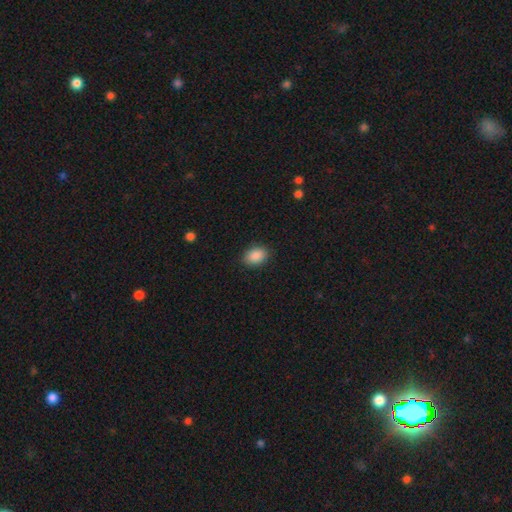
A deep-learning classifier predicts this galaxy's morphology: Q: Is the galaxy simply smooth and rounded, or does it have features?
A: smooth — 89%.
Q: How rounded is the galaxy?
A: in between — 78%.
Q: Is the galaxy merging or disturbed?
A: none — 87%.